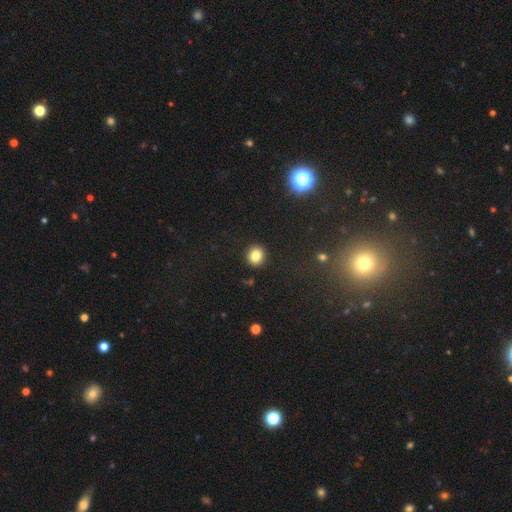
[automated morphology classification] This is clearly a smooth galaxy (83%). How rounded: clearly round (83%). Merging: clearly none (91%).